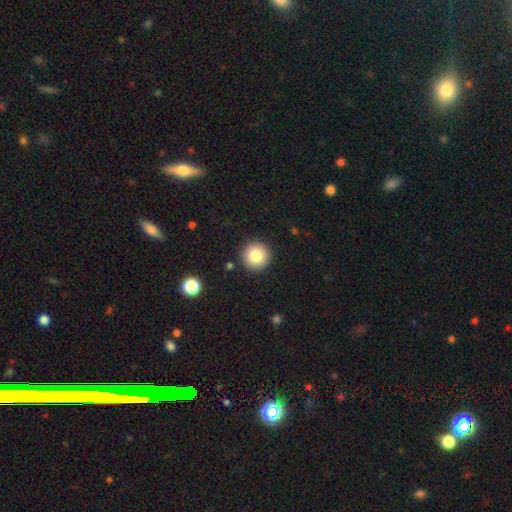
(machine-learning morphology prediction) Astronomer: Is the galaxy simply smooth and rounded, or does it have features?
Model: smooth — 82%.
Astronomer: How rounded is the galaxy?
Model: round — 96%.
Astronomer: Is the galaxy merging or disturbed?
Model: none — 91%.